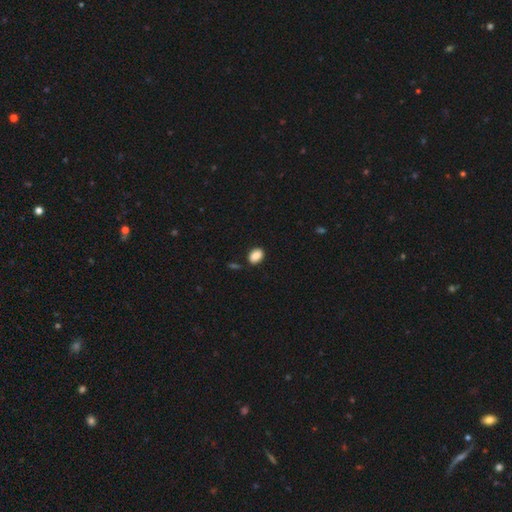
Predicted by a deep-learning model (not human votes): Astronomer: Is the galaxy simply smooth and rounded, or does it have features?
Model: smooth — 88%.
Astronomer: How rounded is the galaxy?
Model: in between — 83%.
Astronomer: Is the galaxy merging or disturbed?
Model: none — 82%.